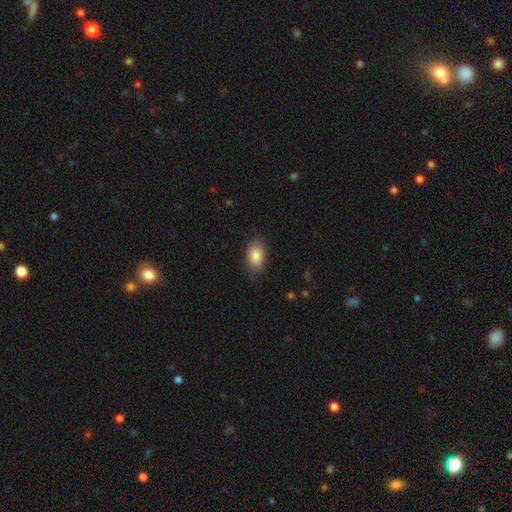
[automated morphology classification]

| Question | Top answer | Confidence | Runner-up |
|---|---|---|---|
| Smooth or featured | smooth | 85% | featured or disk (8%) |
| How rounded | in between | 89% | round (9%) |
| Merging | none | 83% | minor disturbance (13%) |